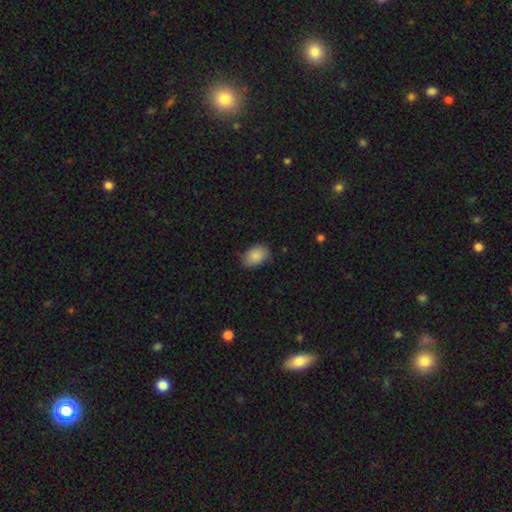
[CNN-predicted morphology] This appears to be a smooth galaxy with no disk features (88%) that is in between round and cigar-shaped (89%). Merging: none (83%).